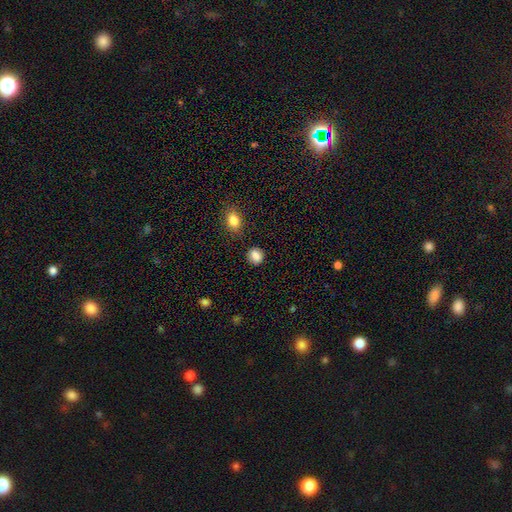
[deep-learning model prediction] Smooth or featured?
  - smooth: 85% *
  - star or artifact: 9%
  - featured or disk: 6%
How rounded?
  - round: 64% *
  - in between: 35%
  - cigar-shaped: 1%
Merging?
  - none: 86% *
  - minor disturbance: 9%
  - merger: 3%
  - major disturbance: 3%